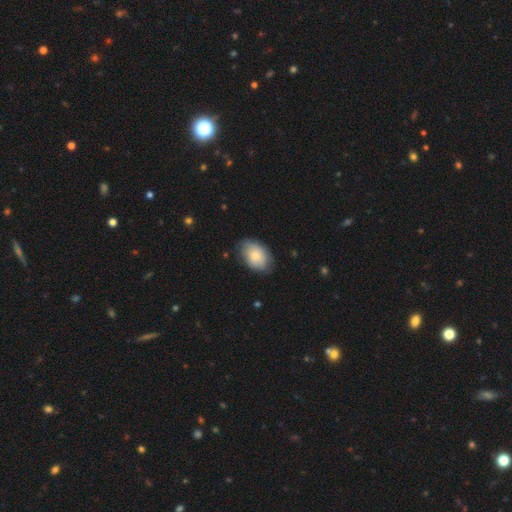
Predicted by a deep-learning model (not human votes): Q: Smooth or featured?
A: smooth (78%); runner-up: featured or disk (15%)
Q: How rounded?
A: in between (85%); runner-up: round (13%)
Q: Merging?
A: none (75%); runner-up: minor disturbance (20%)